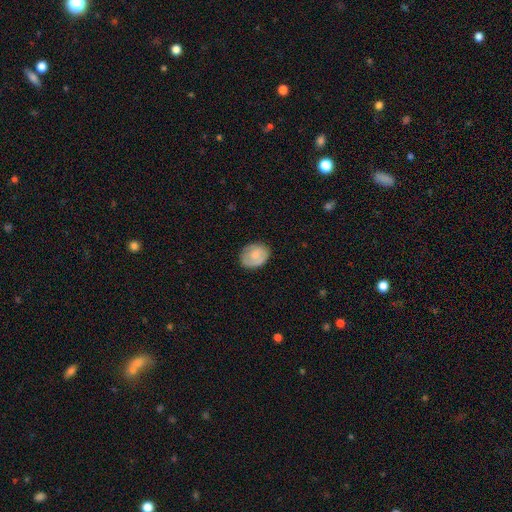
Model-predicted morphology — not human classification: type=smooth (73%); roundness=in between (56%); merging=none (75%).